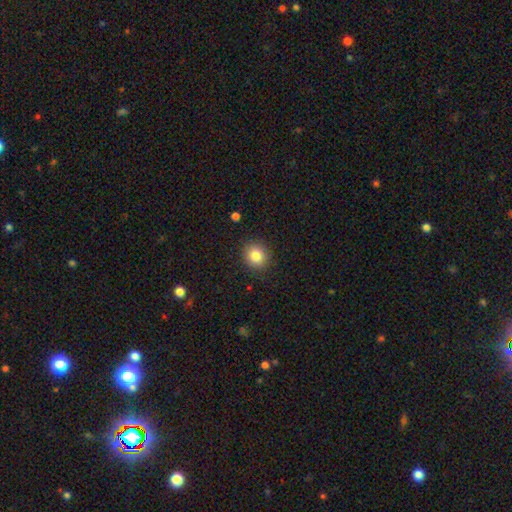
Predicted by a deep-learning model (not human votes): Smooth or featured? smooth (83%)
How rounded? round (75%)
Merging? none (88%)